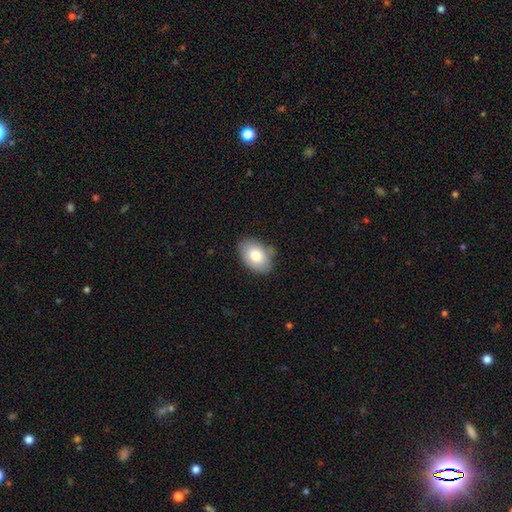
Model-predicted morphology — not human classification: This is likely a smooth galaxy (78%). How rounded: clearly in between (88%). Merging: likely none (76%).